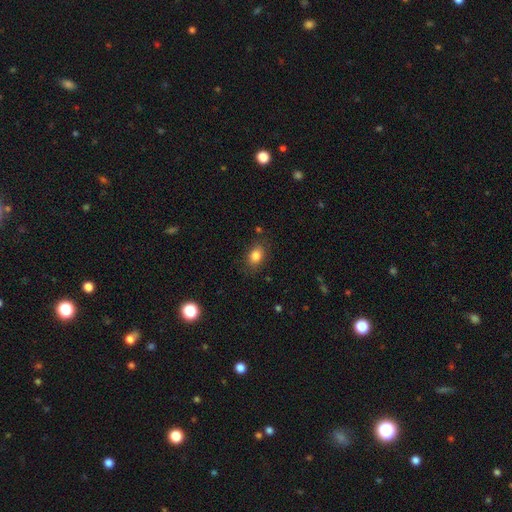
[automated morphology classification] This is clearly a smooth galaxy (83%). How rounded: likely in between (75%). Merging: clearly none (82%).